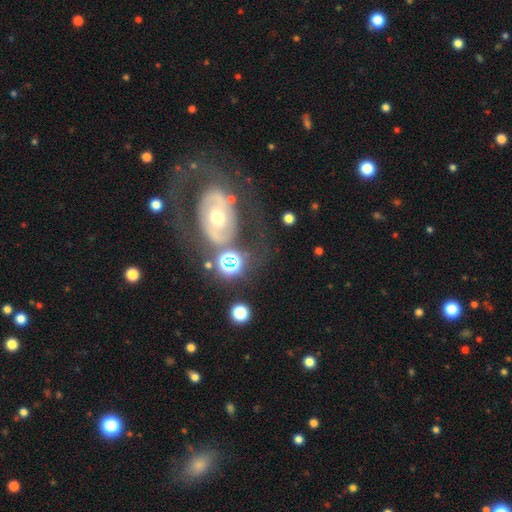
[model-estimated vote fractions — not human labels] Overall: featured or disk (68%). Edge-on disk: no (94%). Bar: no (65%). Spiral arms: no (51%; yes 49%). Bulge size: moderate (54%; small 36%). Merging: none (58%; major disturbance 19%).